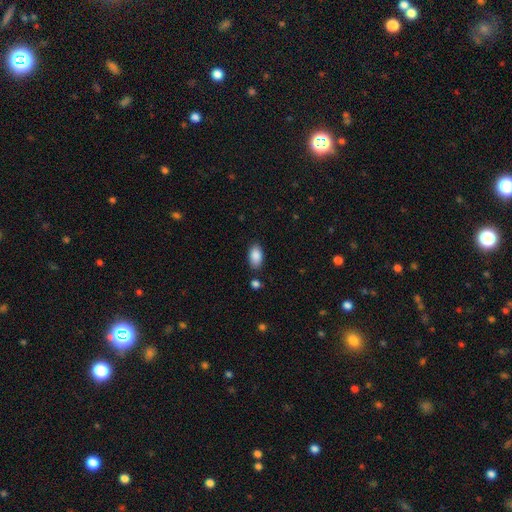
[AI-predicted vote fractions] Q: Smooth or featured?
A: smooth (89%); runner-up: star or artifact (7%)
Q: How rounded?
A: in between (94%); runner-up: round (4%)
Q: Merging?
A: none (82%); runner-up: minor disturbance (12%)